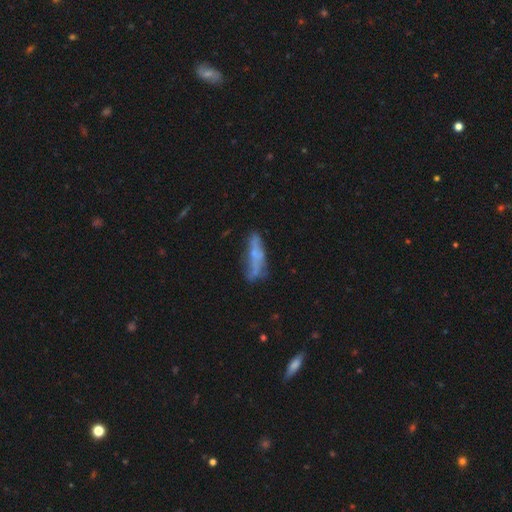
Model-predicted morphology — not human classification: The model was most divided on "smooth or featured": smooth: 45%, featured or disk: 44%, star or artifact: 11%. More confident: merging — none (52%).